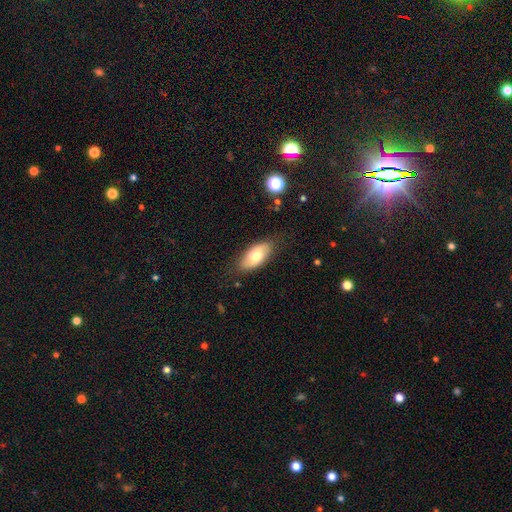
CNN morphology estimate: A smooth galaxy with no disk features (71%) that is in between round and cigar-shaped (92%). Merging: none (80%).